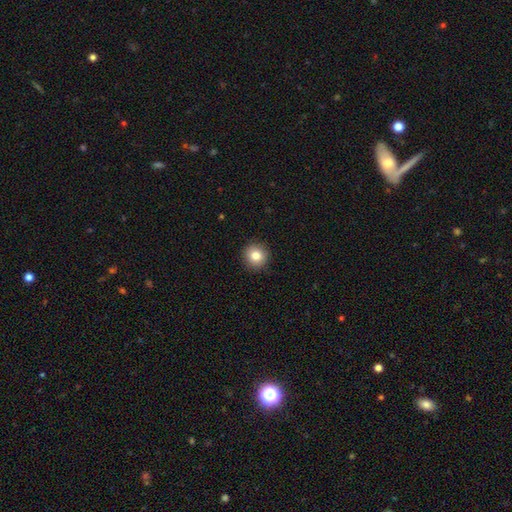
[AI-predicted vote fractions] Q: Smooth or featured?
A: smooth (83%); runner-up: star or artifact (10%)
Q: How rounded?
A: round (94%); runner-up: in between (5%)
Q: Merging?
A: none (92%); runner-up: minor disturbance (5%)